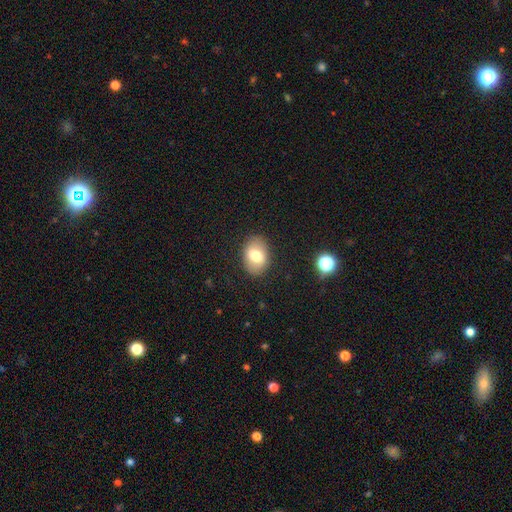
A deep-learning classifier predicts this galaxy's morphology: type=smooth (72%); roundness=in between (77%); merging=none (86%).